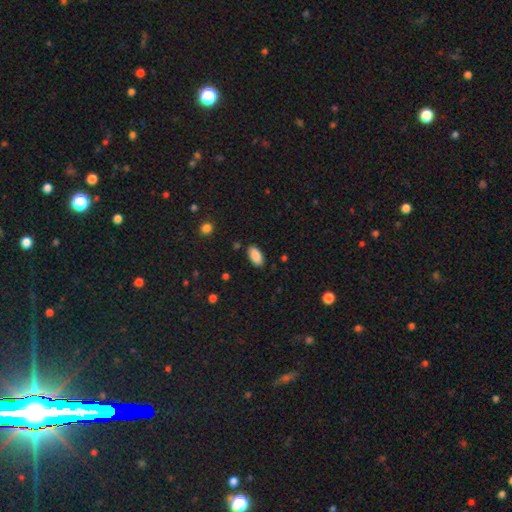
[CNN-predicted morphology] This appears to be a smooth galaxy with no disk features (88%) that is in between round and cigar-shaped (93%). Merging: none (87%).